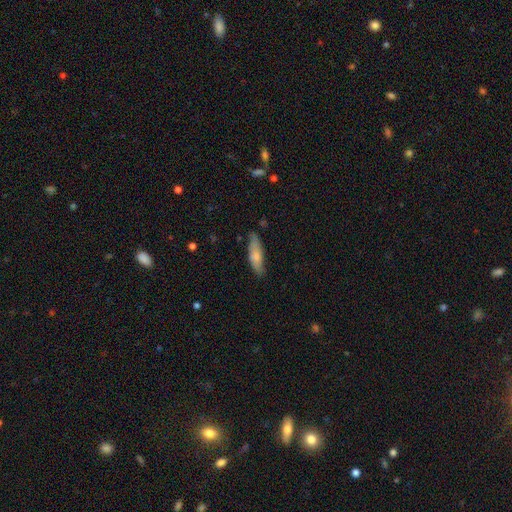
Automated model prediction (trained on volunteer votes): Smooth or featured: smooth — 72% (featured or disk — 22%)
How rounded: cigar-shaped — 53% (in between — 45%)
Merging: none — 74% (minor disturbance — 20%)